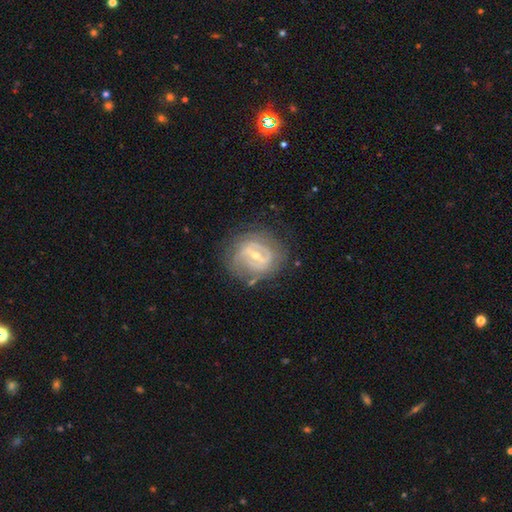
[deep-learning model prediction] Overall: featured or disk (80%). Edge-on disk: no (96%). Bar: strong (46%; weak 40%). Spiral arms: yes (77%). Spiral arm count: can't tell (39%; 2 38%). Spiral winding: tight (59%; medium 29%). Bulge size: small (56%; moderate 40%). Merging: none (72%).